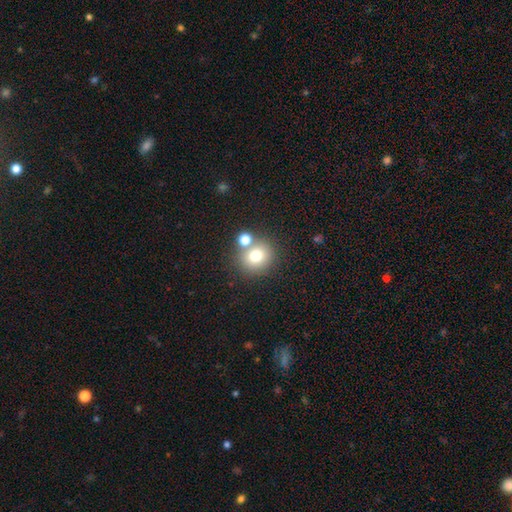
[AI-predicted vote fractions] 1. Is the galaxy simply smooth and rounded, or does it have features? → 76% smooth, 14% star or artifact, 11% featured or disk.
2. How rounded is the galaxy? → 84% round, 15% in between, 1% cigar-shaped.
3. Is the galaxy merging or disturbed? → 66% none, 22% merger, 9% minor disturbance, 3% major disturbance.